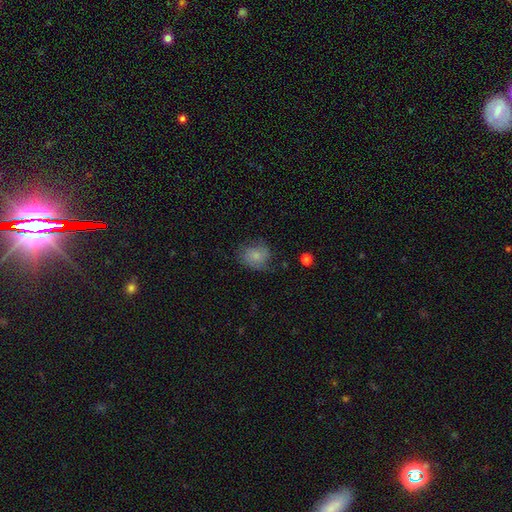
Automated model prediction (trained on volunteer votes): Smooth or featured? Predicted: smooth (p=0.72). How rounded? Predicted: round (p=0.62). Merging? Predicted: none (p=0.58).